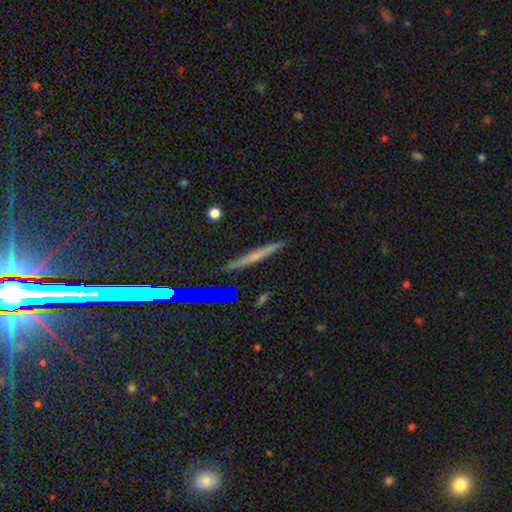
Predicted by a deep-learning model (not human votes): Smooth or featured?
  - featured or disk: 46% *
  - smooth: 38%
  - star or artifact: 15%
Merging?
  - none: 87% *
  - minor disturbance: 10%
  - major disturbance: 2%
  - merger: 2%